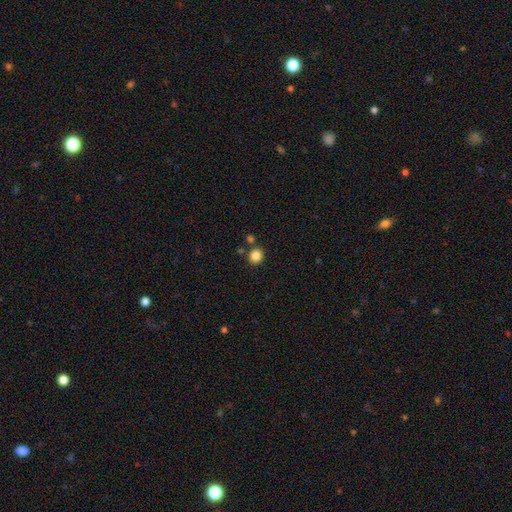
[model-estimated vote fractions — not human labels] Smooth or featured?
  - smooth: 85% *
  - star or artifact: 11%
  - featured or disk: 4%
How rounded?
  - round: 81% *
  - in between: 19%
  - cigar-shaped: 1%
Merging?
  - none: 81% *
  - merger: 9%
  - minor disturbance: 8%
  - major disturbance: 2%